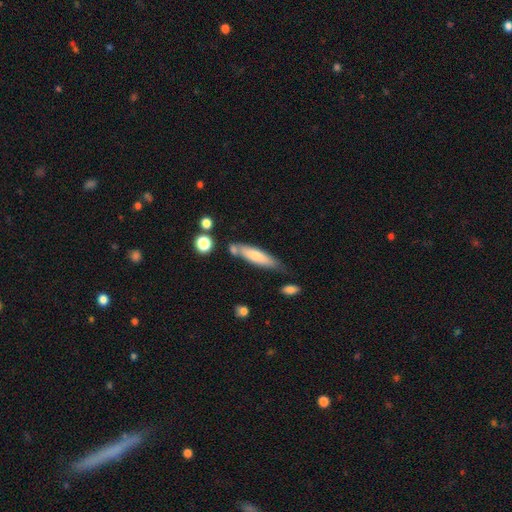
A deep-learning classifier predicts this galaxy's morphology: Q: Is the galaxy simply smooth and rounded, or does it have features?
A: smooth — 71%.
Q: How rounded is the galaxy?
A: cigar-shaped — 74%.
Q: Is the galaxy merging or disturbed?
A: none — 61%.